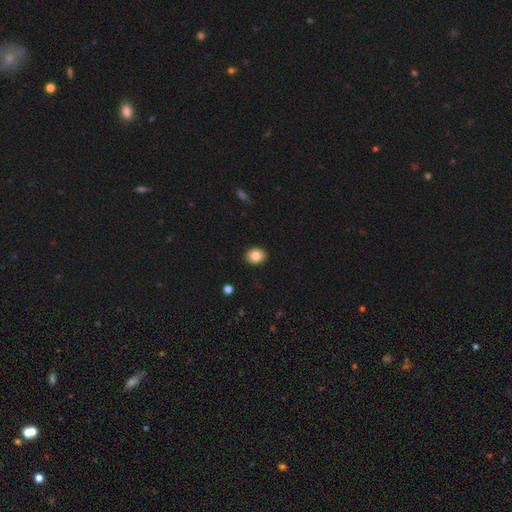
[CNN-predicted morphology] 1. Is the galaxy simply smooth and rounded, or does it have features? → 83% smooth, 9% star or artifact, 8% featured or disk.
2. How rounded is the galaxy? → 59% round, 41% in between, 1% cigar-shaped.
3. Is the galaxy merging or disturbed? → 91% none, 6% minor disturbance, 2% major disturbance, 1% merger.